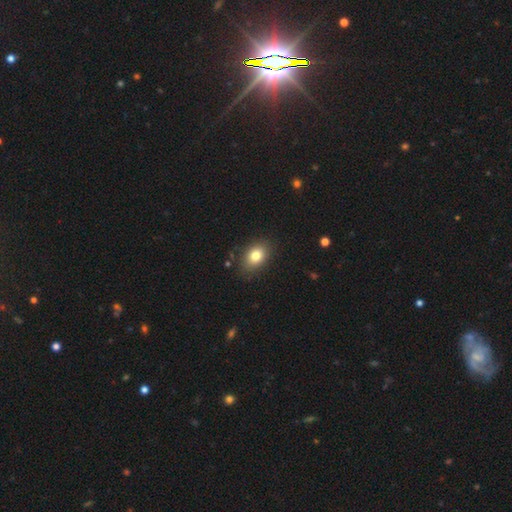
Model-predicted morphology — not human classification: Overall: smooth (81%). How rounded: in between (77%). Merging: none (83%).